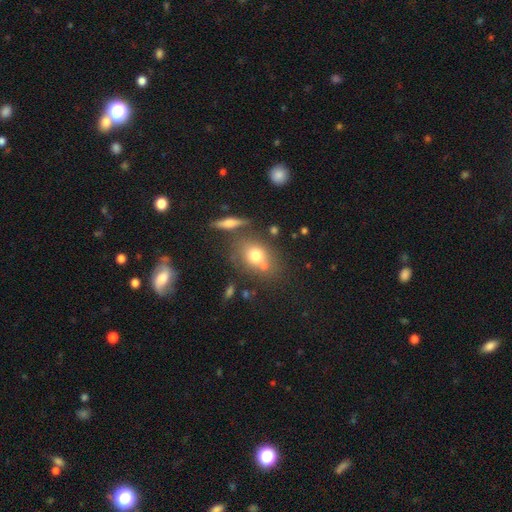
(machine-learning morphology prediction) Smooth or featured?
  - smooth: 71% *
  - featured or disk: 17%
  - star or artifact: 12%
How rounded?
  - round: 53% *
  - in between: 45%
  - cigar-shaped: 2%
Merging?
  - none: 63% *
  - merger: 19%
  - minor disturbance: 13%
  - major disturbance: 5%